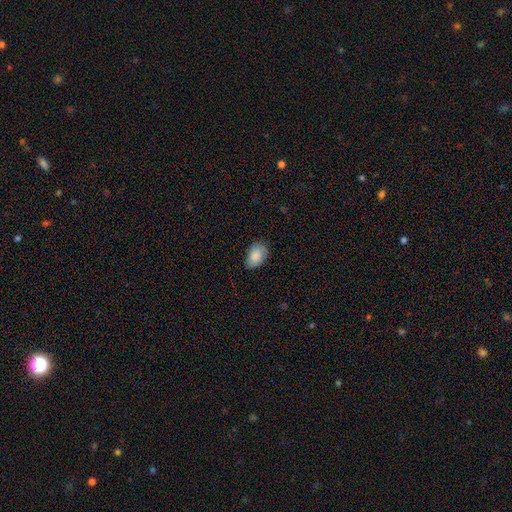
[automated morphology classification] Q: Smooth or featured?
A: smooth (84%); runner-up: featured or disk (9%)
Q: How rounded?
A: in between (90%); runner-up: round (9%)
Q: Merging?
A: none (73%); runner-up: minor disturbance (21%)